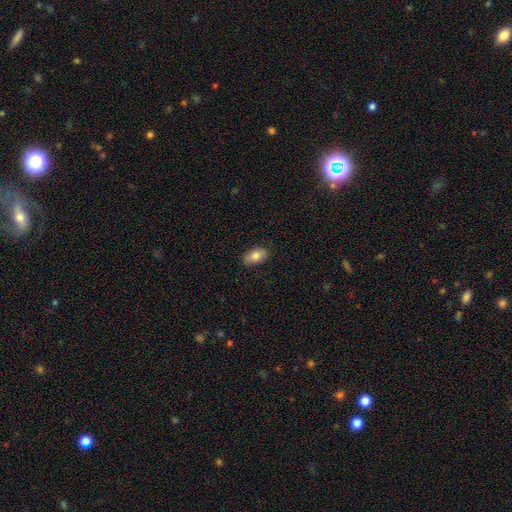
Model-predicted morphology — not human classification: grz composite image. It shows a smooth galaxy with no disk features (81%) that is in between round and cigar-shaped (91%). Merging: none (85%).